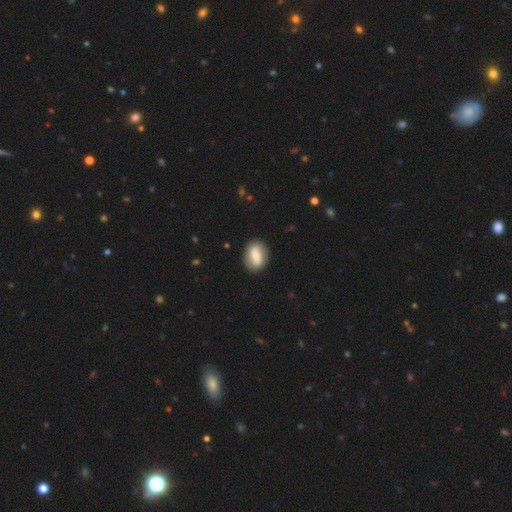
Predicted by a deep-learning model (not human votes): This appears to be a smooth galaxy with no disk features (64%) that is in between round and cigar-shaped (75%). Merging: none (84%).